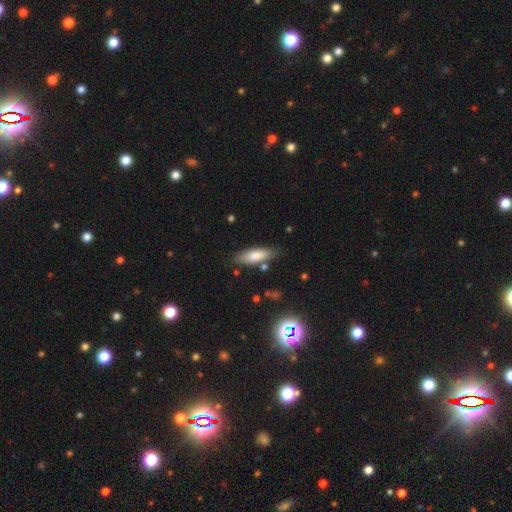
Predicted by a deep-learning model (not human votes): Morphology: type=smooth (77%); roundness=in between (59%); merging=none (77%).